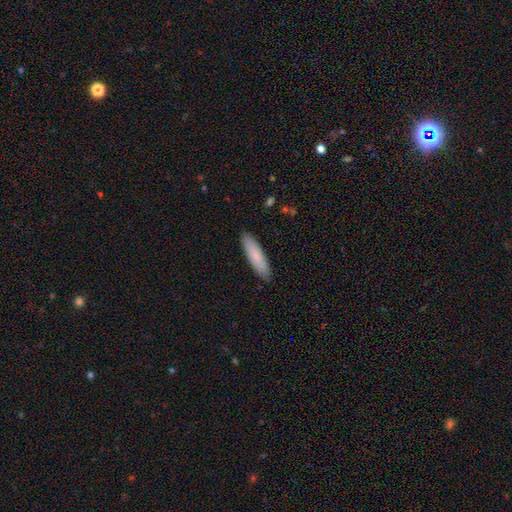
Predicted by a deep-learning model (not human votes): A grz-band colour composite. It shows a smooth galaxy with no disk features (81%) that is cigar-shaped (68%). Merging: none (89%).